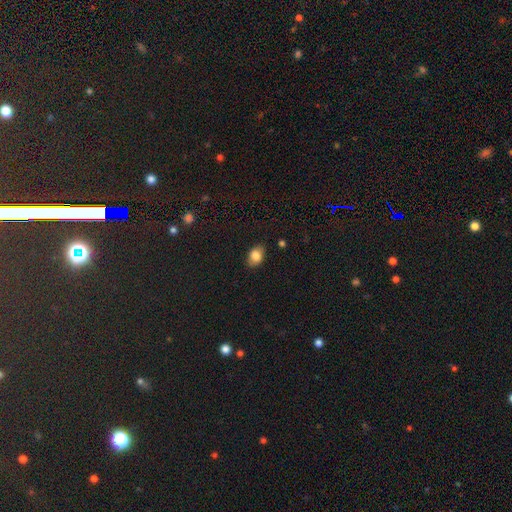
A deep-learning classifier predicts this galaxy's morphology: smooth_or_featured: smooth (p=0.83) [alt: star or artifact p=0.09]
how_rounded: in between (p=0.80) [alt: round p=0.19]
merging: none (p=0.82) [alt: minor disturbance p=0.13]